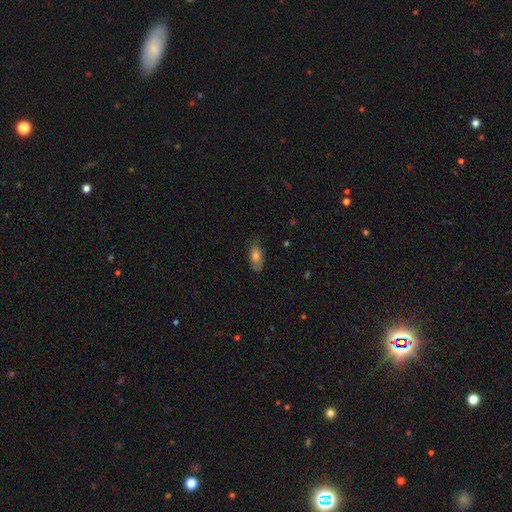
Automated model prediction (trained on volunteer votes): A smooth galaxy with no disk features (69%) that is in between round and cigar-shaped (84%).

Vote fractions:
- Smooth or featured? smooth: 69% / featured or disk: 21% / star or artifact: 9%
- How rounded? in between: 84% / cigar-shaped: 12% / round: 4%
- Merging? none: 77% / minor disturbance: 18% / major disturbance: 4% / merger: 1%